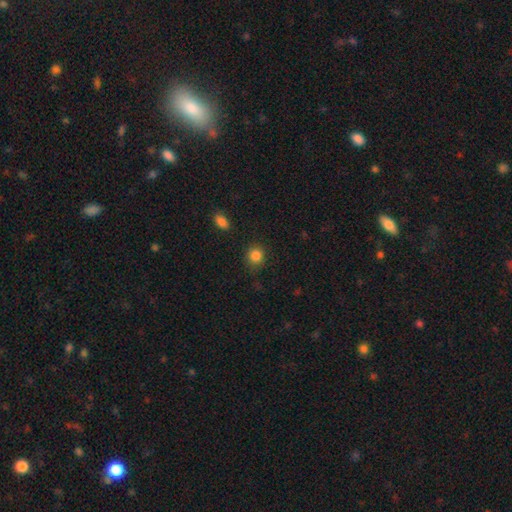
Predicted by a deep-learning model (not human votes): smooth-or-featured: smooth: 86% | star or artifact: 10% | featured or disk: 4%
  how-rounded: round: 85% | in between: 14% | cigar-shaped: 1%
  merging: none: 83% | minor disturbance: 12% | major disturbance: 3% | merger: 2%